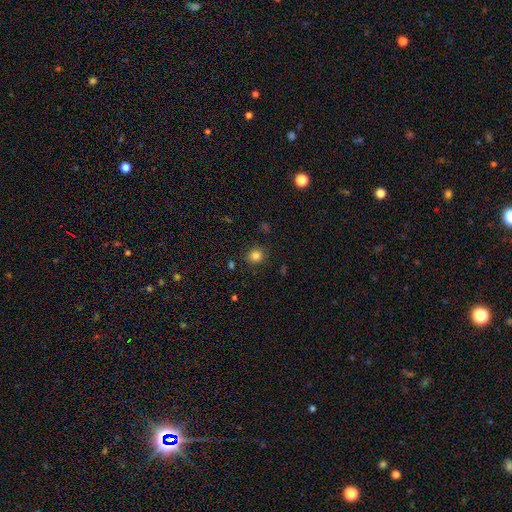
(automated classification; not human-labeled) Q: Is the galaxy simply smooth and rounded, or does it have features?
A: smooth — 83%.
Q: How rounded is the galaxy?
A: round — 86%.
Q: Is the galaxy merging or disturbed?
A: none — 88%.